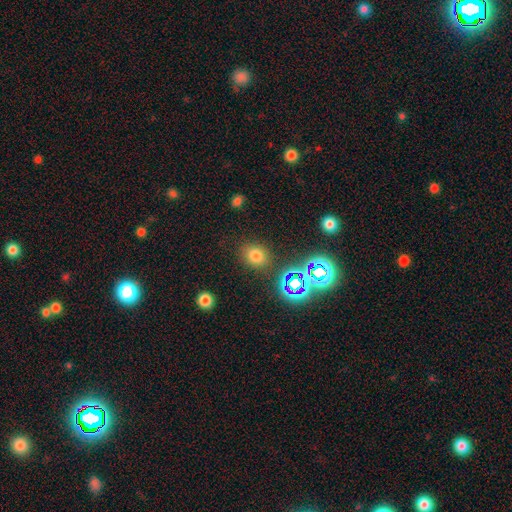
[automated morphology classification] Overall: smooth (71%). How rounded: round (60%; in between 39%). Merging: none (84%).